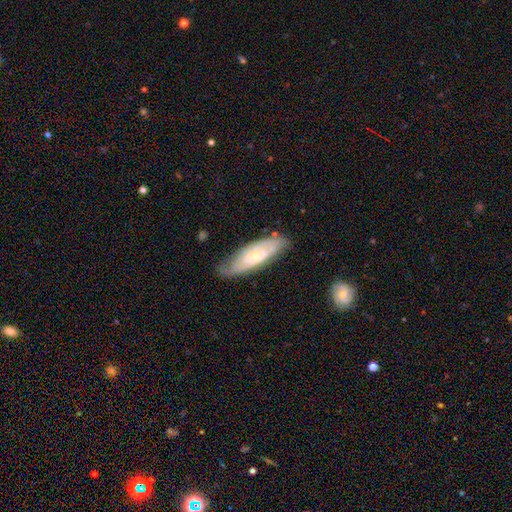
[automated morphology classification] Smooth or featured: featured or disk — 64% (smooth — 31%)
Edge-on disk: no — 79% (yes — 21%)
Bar: no — 67% (weak — 26%)
Spiral arms: yes — 81% (no — 19%)
Bulge size: small — 60% (moderate — 35%)
Merging: none — 70% (minor disturbance — 22%)